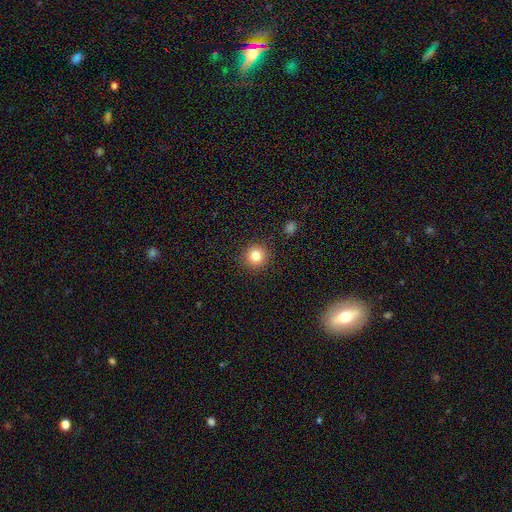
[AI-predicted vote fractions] Smooth or featured? smooth (83%)
How rounded? round (94%)
Merging? none (90%)